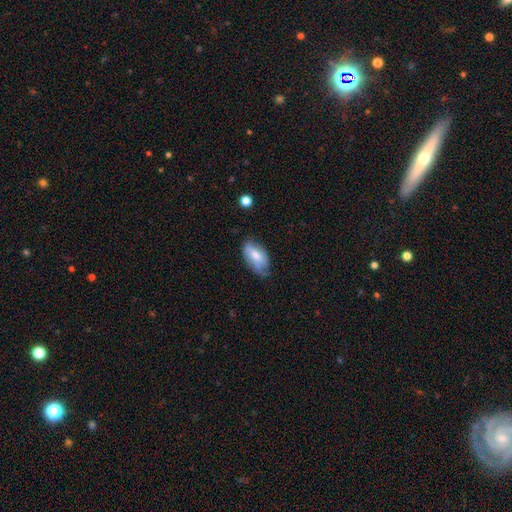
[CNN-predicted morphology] type=smooth (63%); roundness=in between (92%); merging=none (53%).